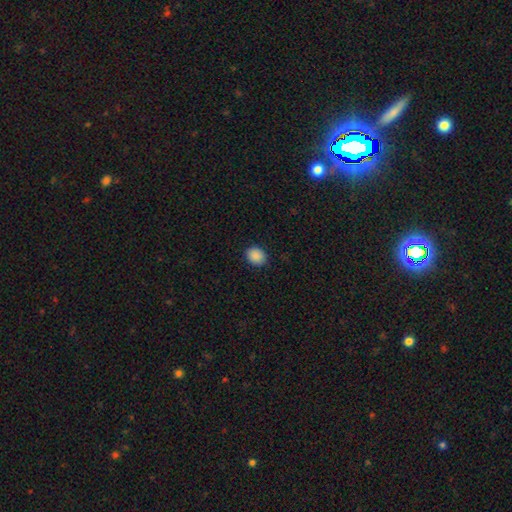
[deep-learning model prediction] Smooth or featured?
  - smooth: 89% *
  - star or artifact: 9%
  - featured or disk: 2%
How rounded?
  - round: 58% *
  - in between: 41%
  - cigar-shaped: 1%
Merging?
  - none: 90% *
  - minor disturbance: 7%
  - major disturbance: 2%
  - merger: 1%